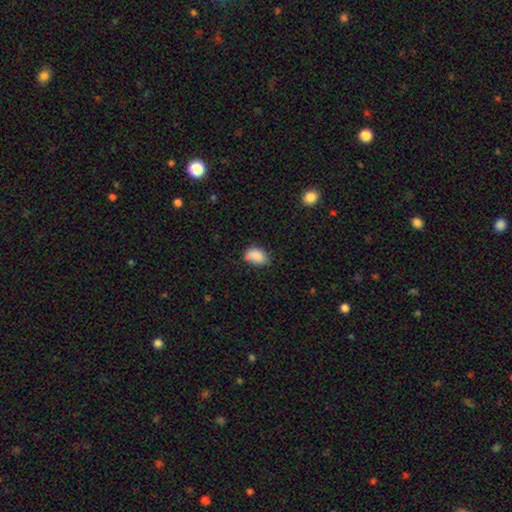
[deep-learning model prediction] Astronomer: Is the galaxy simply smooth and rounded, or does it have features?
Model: smooth — 87%.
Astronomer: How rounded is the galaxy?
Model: in between — 88%.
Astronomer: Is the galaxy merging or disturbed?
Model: none — 61%.